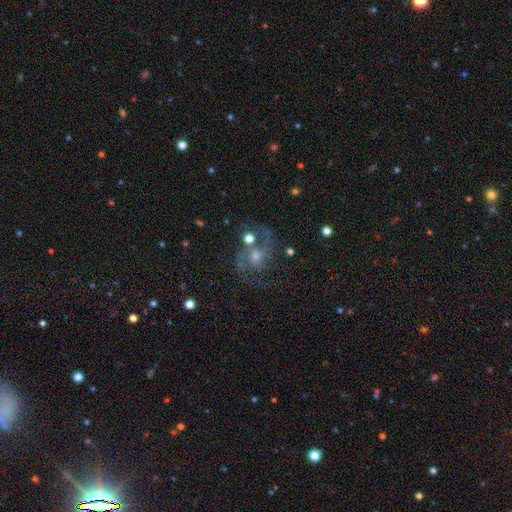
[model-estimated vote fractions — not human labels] A featured or disk galaxy (74%) with no bar (60%), 2 (80%) medium (53%) spiral arms (90%) and a moderate central bulge (53%). Merging: none (57%).